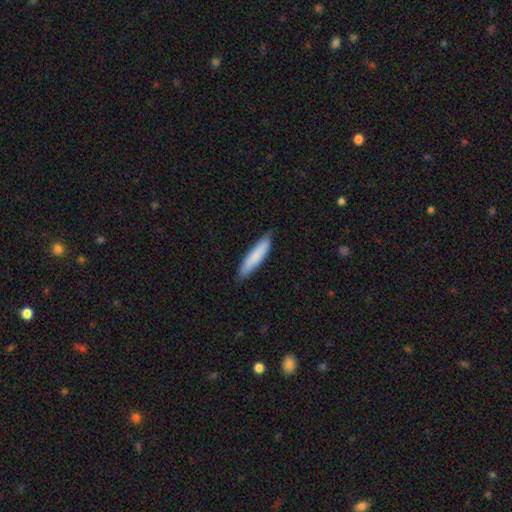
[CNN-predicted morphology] This appears to be a smooth galaxy with no disk features (79%) that is cigar-shaped (84%). Merging: none (85%).